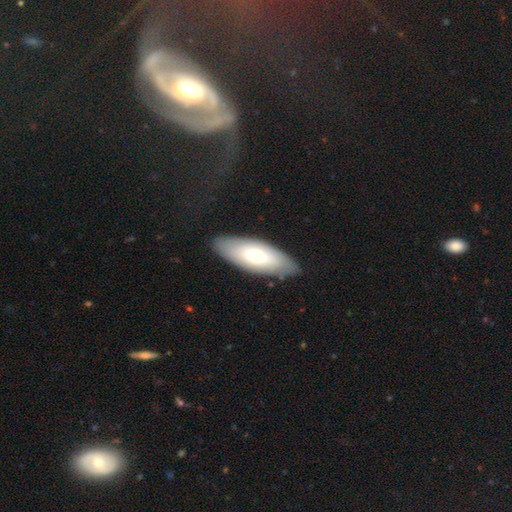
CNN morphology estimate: This is likely a smooth galaxy (62%). How rounded: likely in between (75%). Merging: clearly none (82%).